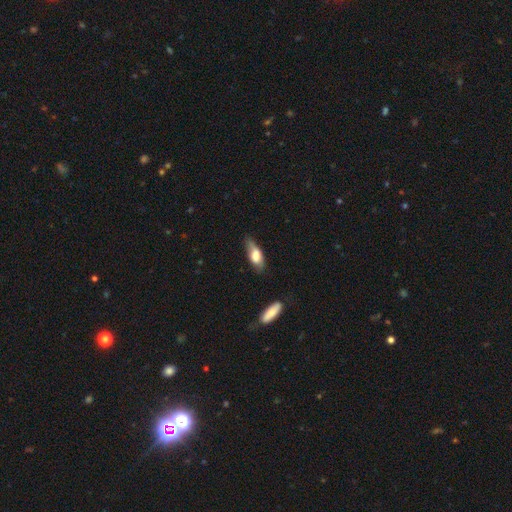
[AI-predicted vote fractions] This is likely a smooth galaxy (68%). How rounded: likely in between (73%). Merging: possibly none (49%).